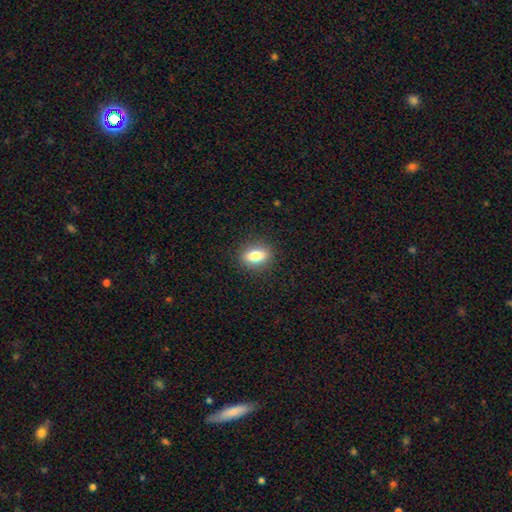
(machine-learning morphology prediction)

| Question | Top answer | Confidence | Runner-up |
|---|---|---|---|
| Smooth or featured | smooth | 77% | featured or disk (14%) |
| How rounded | in between | 72% | round (22%) |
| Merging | none | 89% | minor disturbance (8%) |